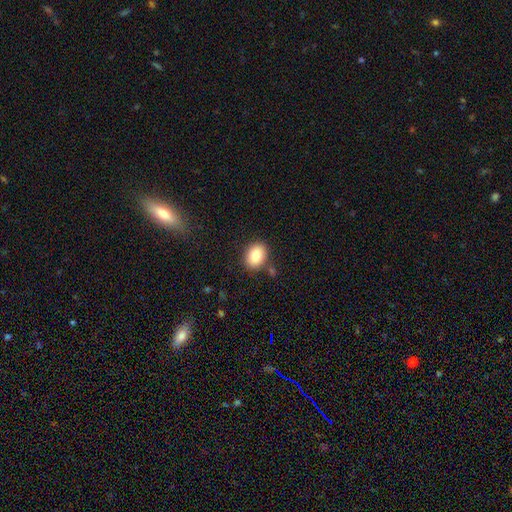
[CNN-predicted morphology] type=smooth (83%); roundness=in between (68%); merging=none (82%).